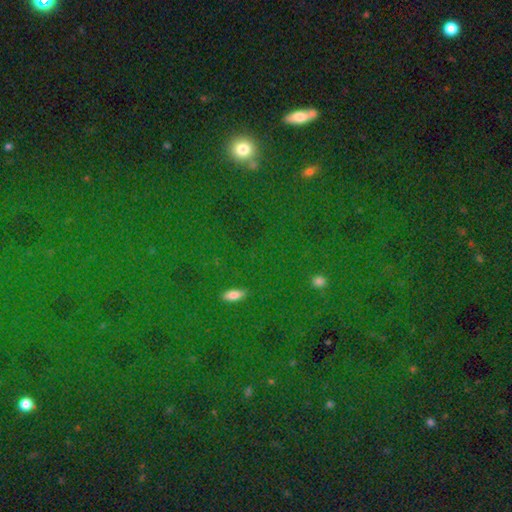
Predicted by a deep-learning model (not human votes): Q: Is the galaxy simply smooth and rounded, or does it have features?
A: star or artifact — 70%.